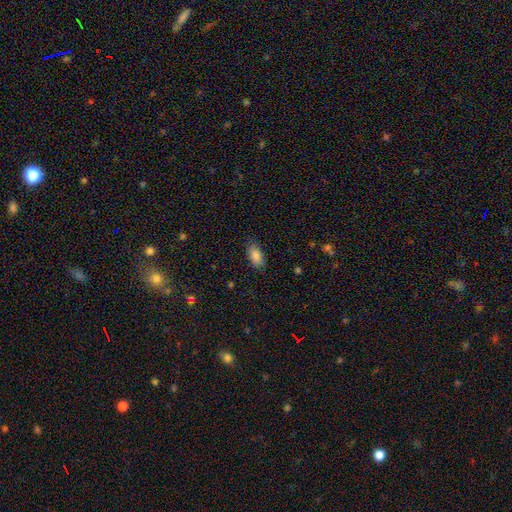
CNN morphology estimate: Smooth or featured: smooth — 86% (star or artifact — 8%)
How rounded: in between — 90% (cigar-shaped — 6%)
Merging: none — 81% (minor disturbance — 14%)